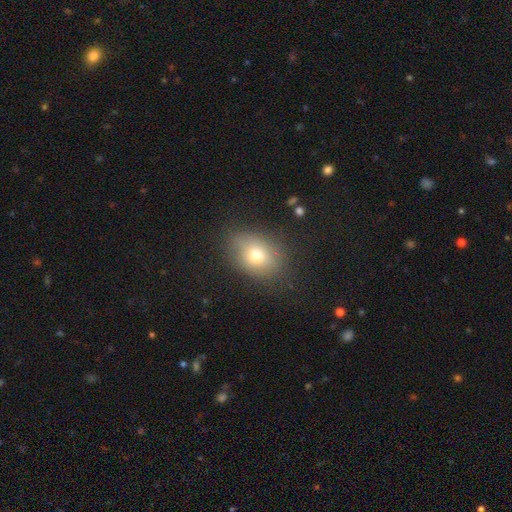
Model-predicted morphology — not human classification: Smooth or featured? smooth (73%)
How rounded? in between (61%)
Merging? none (79%)